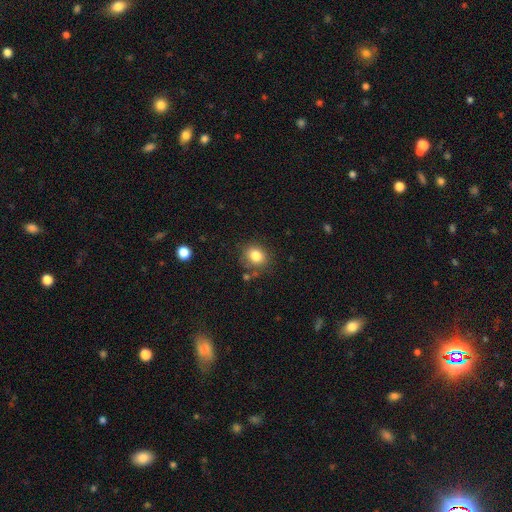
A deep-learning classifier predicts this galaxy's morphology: smooth 82%, star or artifact 11%, featured or disk 7%. Down the decision tree: how rounded — round (67%); merging — none (75%).